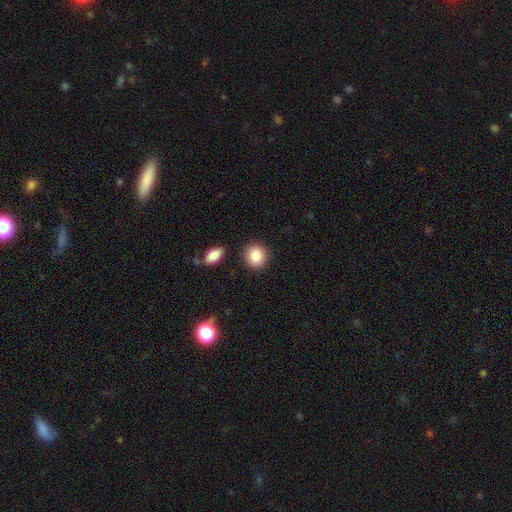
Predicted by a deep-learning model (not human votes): A smooth galaxy with no disk features (87%) that is round (80%). Merging: none (86%).